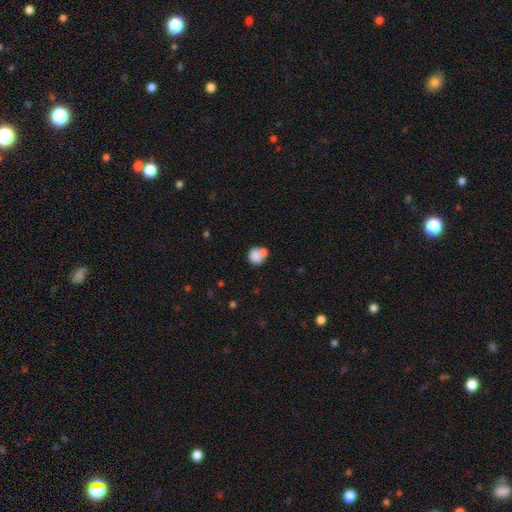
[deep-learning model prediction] Smooth or featured?
  - smooth: 80% *
  - featured or disk: 11%
  - star or artifact: 9%
How rounded?
  - round: 78% *
  - in between: 21%
  - cigar-shaped: 1%
Merging?
  - merger: 43% *
  - none: 40%
  - minor disturbance: 12%
  - major disturbance: 5%